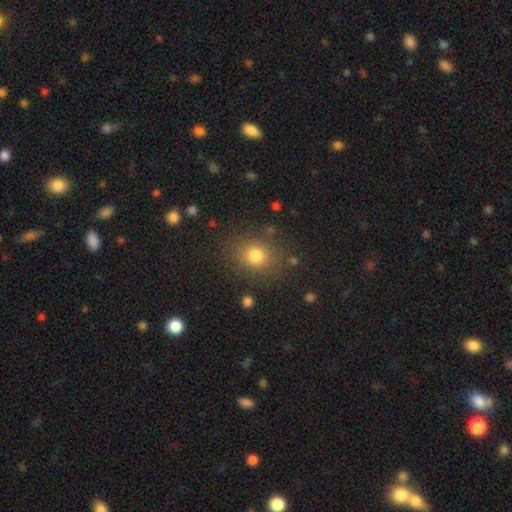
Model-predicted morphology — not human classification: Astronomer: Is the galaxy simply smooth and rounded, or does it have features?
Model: smooth — 78%.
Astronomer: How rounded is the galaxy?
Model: round — 71%.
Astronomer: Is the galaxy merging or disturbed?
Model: none — 84%.